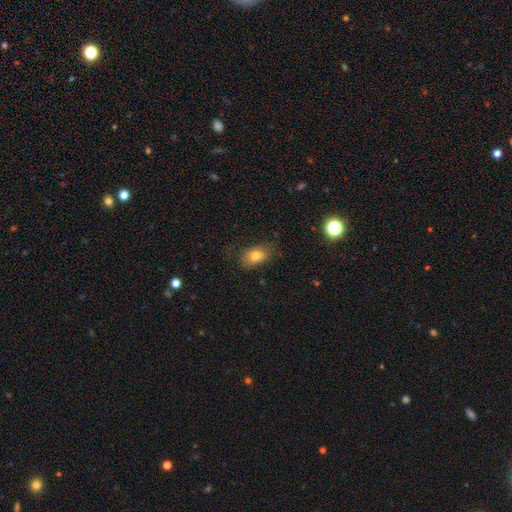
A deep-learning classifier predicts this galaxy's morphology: smooth-or-featured: smooth: 79% | featured or disk: 12% | star or artifact: 10%
  how-rounded: in between: 82% | round: 16% | cigar-shaped: 2%
  merging: none: 71% | minor disturbance: 21% | major disturbance: 7% | merger: 1%